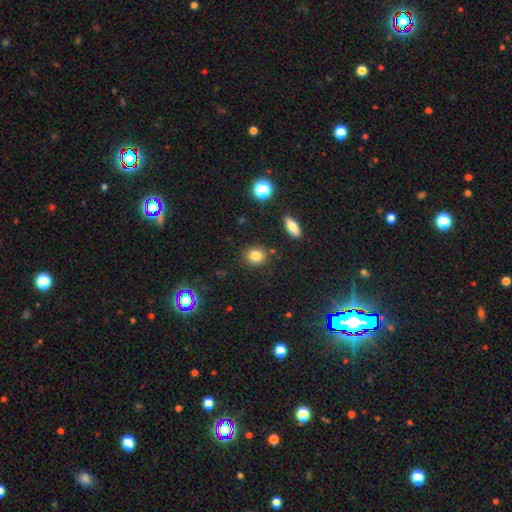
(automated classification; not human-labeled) The model was most divided on "how rounded": round: 72%, in between: 27%, cigar-shaped: 2%. More confident: merging — none (84%); smooth or featured — smooth (82%).